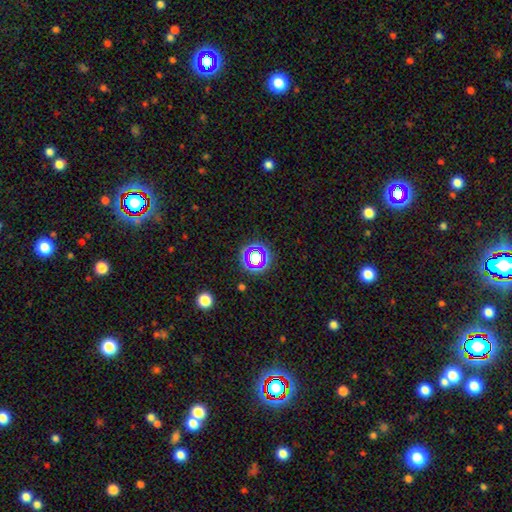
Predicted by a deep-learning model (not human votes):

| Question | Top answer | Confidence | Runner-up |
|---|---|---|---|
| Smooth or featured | star or artifact | 52% | smooth (33%) |